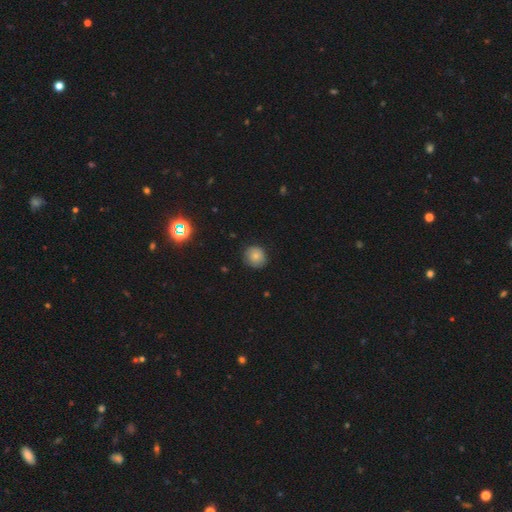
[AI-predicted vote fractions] Smooth or featured? smooth (77%)
How rounded? round (86%)
Merging? none (85%)